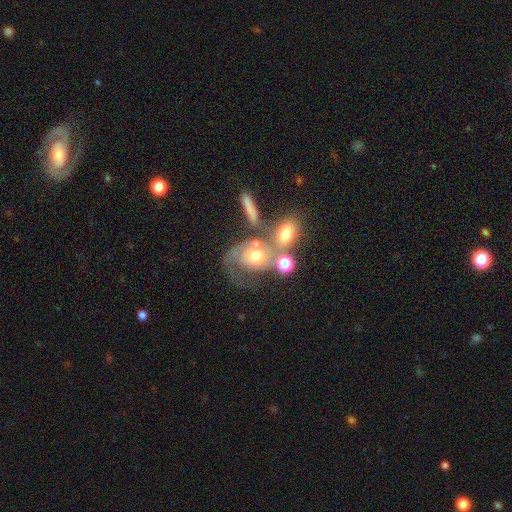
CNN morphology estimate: Smooth or featured: featured or disk — 58% (smooth — 31%)
Edge-on disk: no — 96% (yes — 4%)
Bar: no — 80% (weak — 15%)
Spiral arms: yes — 74% (no — 26%)
Bulge size: moderate — 62% (small — 20%)
Merging: merger — 40% (none — 25%)